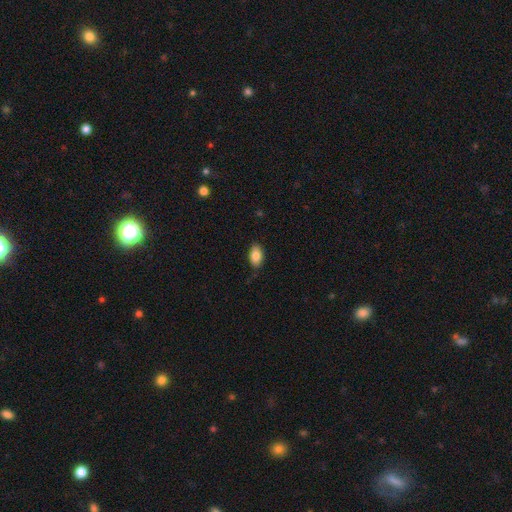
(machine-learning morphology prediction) This appears to be a smooth galaxy with no disk features (86%) that is in between round and cigar-shaped (92%). Merging: none (83%).